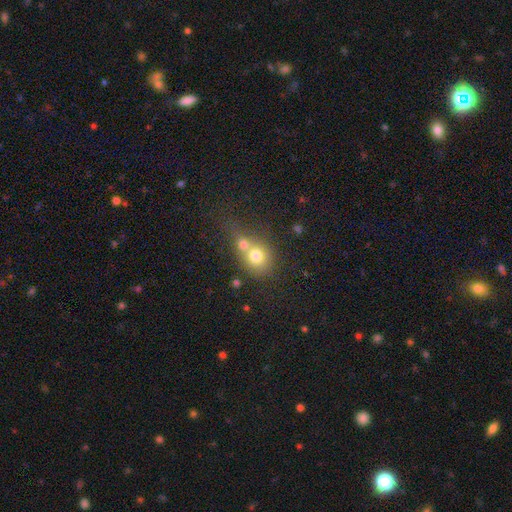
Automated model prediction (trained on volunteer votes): Smooth or featured?
  - smooth: 72% *
  - featured or disk: 16%
  - star or artifact: 12%
How rounded?
  - round: 73% *
  - in between: 26%
  - cigar-shaped: 1%
Merging?
  - merger: 61% *
  - none: 28%
  - minor disturbance: 7%
  - major disturbance: 4%